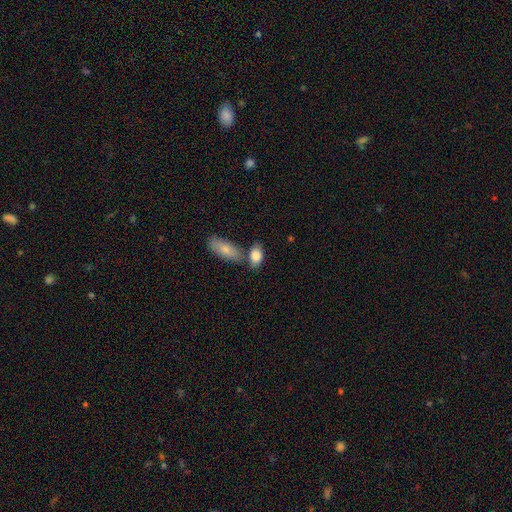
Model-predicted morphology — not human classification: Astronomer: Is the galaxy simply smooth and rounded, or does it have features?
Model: smooth — 85%.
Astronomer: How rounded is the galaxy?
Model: in between — 85%.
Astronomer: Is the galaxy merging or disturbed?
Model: none — 53%.